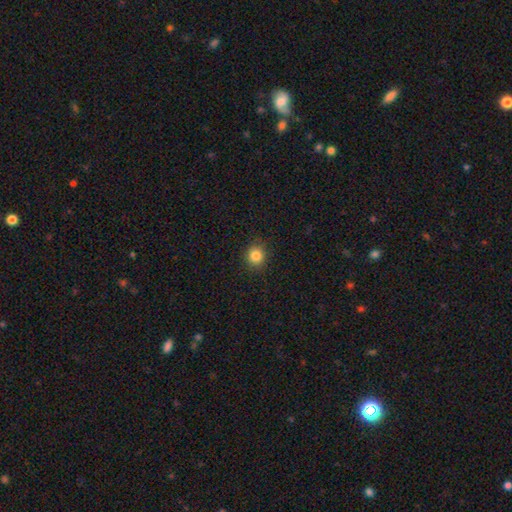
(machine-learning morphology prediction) Smooth or featured?
  - smooth: 84% *
  - star or artifact: 11%
  - featured or disk: 5%
How rounded?
  - round: 81% *
  - in between: 18%
  - cigar-shaped: 1%
Merging?
  - none: 90% *
  - minor disturbance: 7%
  - major disturbance: 2%
  - merger: 1%